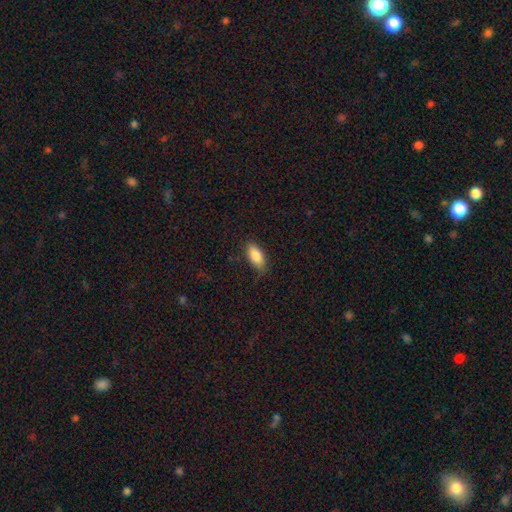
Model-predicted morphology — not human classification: This appears to be a smooth galaxy with no disk features (85%) that is in between round and cigar-shaped (86%). Merging: none (77%).